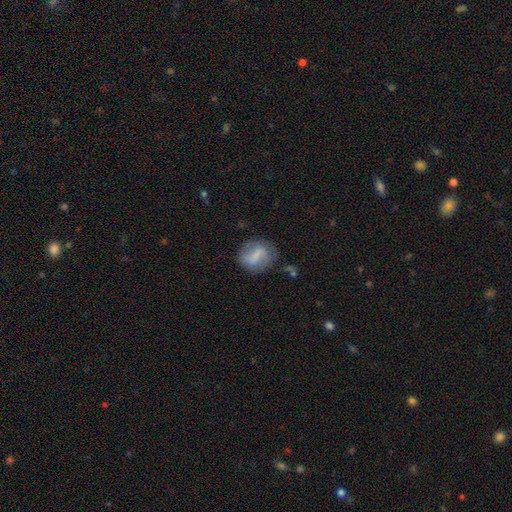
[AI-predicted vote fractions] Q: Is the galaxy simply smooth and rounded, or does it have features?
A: smooth — 58%.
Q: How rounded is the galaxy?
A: round — 53%.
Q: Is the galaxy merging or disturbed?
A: none — 67%.